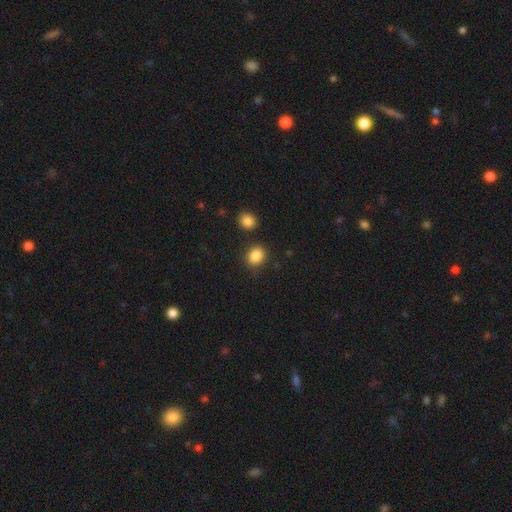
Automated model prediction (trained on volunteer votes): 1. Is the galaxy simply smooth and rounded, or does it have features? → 87% smooth, 9% star or artifact, 4% featured or disk.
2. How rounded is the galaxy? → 63% round, 36% in between, 1% cigar-shaped.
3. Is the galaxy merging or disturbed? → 81% none, 10% minor disturbance, 5% merger, 3% major disturbance.